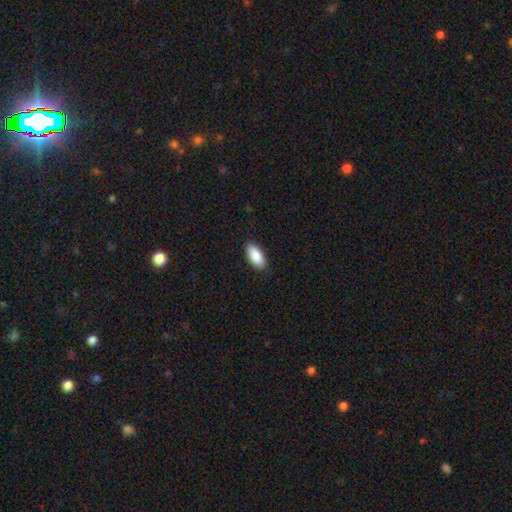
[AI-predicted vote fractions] Smooth or featured? smooth (89%)
How rounded? in between (90%)
Merging? none (87%)